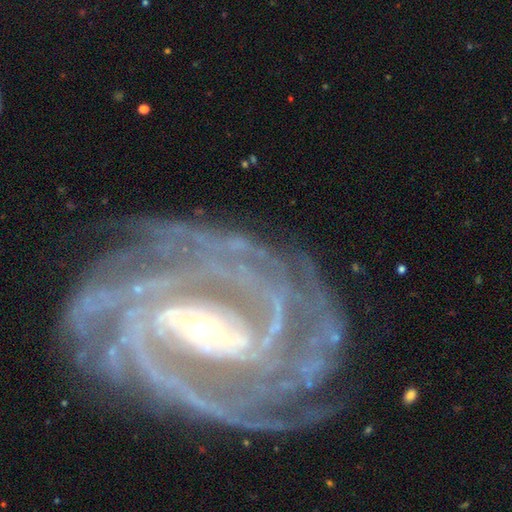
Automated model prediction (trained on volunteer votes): A featured or disk galaxy (92%) with a strong bar (47%), 2 (23%) tight (72%) spiral arms (98%) and a small central bulge (53%).

Vote fractions:
- Smooth or featured? featured or disk: 92% / star or artifact: 5% / smooth: 3%
- Edge-on disk? no: 97% / yes: 3%
- Bar? strong: 47% / weak: 35% / no: 18%
- Spiral arms? yes: 98% / no: 2%
- Spiral winding? tight: 72% / medium: 24% / loose: 4%
- Spiral arm count? 2: 23% / 4: 19% / 3: 19% / can't tell: 17% / more than 4: 14% / 1: 9%
- Bulge size? small: 53% / moderate: 42% / large: 3% / none: 1% / dominant: 1%
- Merging? none: 78% / minor disturbance: 15% / major disturbance: 6% / merger: 2%